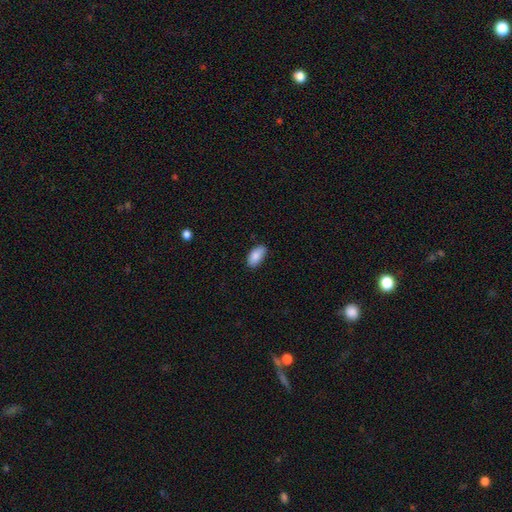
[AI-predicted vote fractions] This is clearly a smooth galaxy (87%). How rounded: clearly in between (93%). Merging: clearly none (83%).